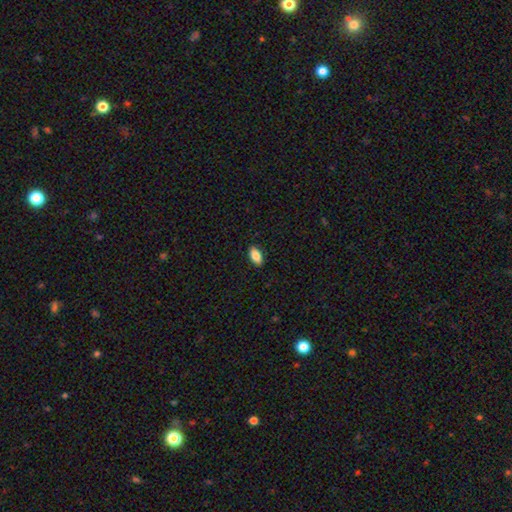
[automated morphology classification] Smooth or featured: smooth — 84% (featured or disk — 8%)
How rounded: in between — 91% (cigar-shaped — 6%)
Merging: none — 89% (minor disturbance — 8%)